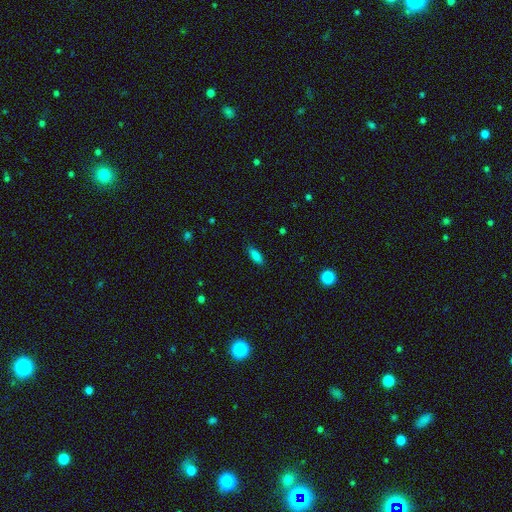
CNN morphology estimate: smooth-or-featured: smooth: 81% | star or artifact: 10% | featured or disk: 9%
  how-rounded: in between: 72% | cigar-shaped: 25% | round: 3%
  merging: none: 85% | minor disturbance: 12% | major disturbance: 2% | merger: 1%